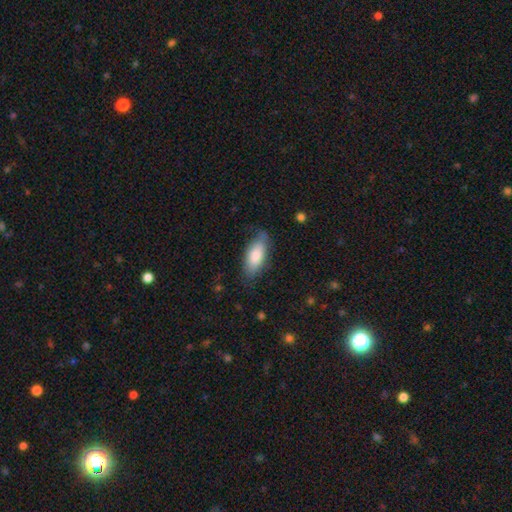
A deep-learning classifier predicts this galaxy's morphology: A smooth galaxy with no disk features (80%) that is in between round and cigar-shaped (82%).

Vote fractions:
- Smooth or featured? smooth: 80% / featured or disk: 14% / star or artifact: 6%
- How rounded? in between: 82% / cigar-shaped: 16% / round: 2%
- Merging? none: 74% / minor disturbance: 20% / major disturbance: 5% / merger: 1%